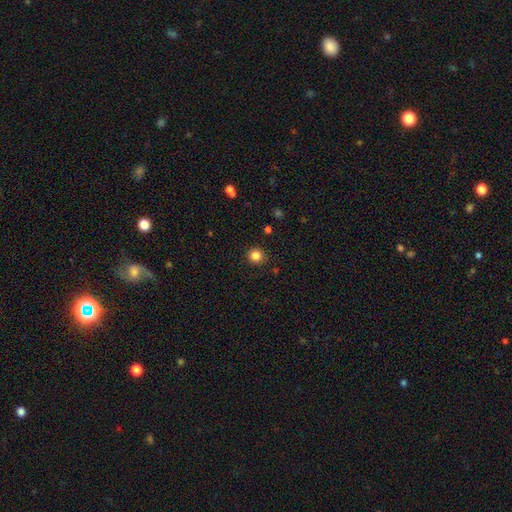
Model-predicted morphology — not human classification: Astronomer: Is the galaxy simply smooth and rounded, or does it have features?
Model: smooth — 84%.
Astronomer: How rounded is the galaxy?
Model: round — 93%.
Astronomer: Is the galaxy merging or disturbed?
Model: none — 92%.